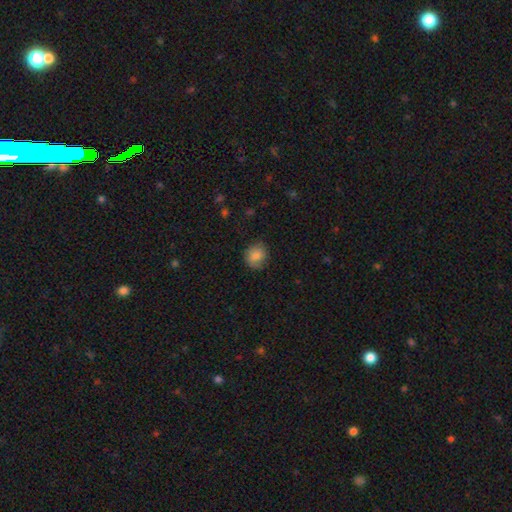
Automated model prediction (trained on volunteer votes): Q: Smooth or featured?
A: smooth (84%); runner-up: star or artifact (8%)
Q: How rounded?
A: round (78%); runner-up: in between (21%)
Q: Merging?
A: none (79%); runner-up: minor disturbance (16%)